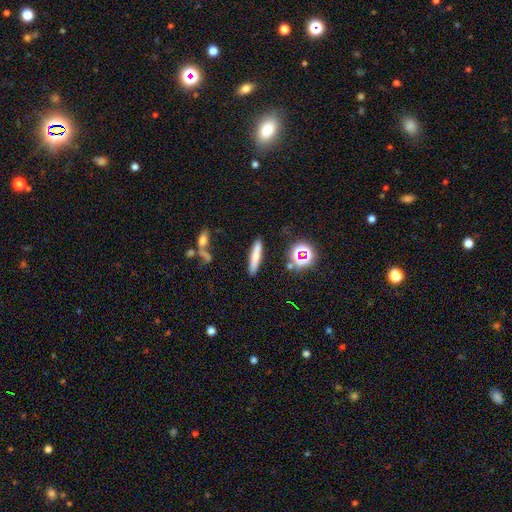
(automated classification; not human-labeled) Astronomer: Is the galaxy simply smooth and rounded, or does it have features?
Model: smooth — 68%.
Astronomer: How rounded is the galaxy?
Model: cigar-shaped — 87%.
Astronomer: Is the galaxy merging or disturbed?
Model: none — 86%.